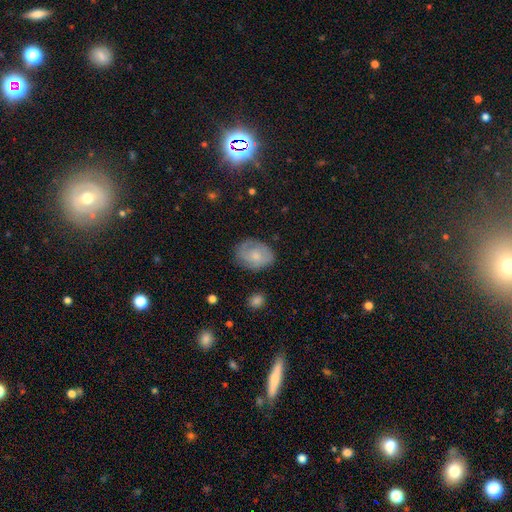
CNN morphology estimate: Smooth or featured? Predicted: smooth (p=0.56). How rounded? Predicted: in between (p=0.66). Merging? Predicted: none (p=0.70).